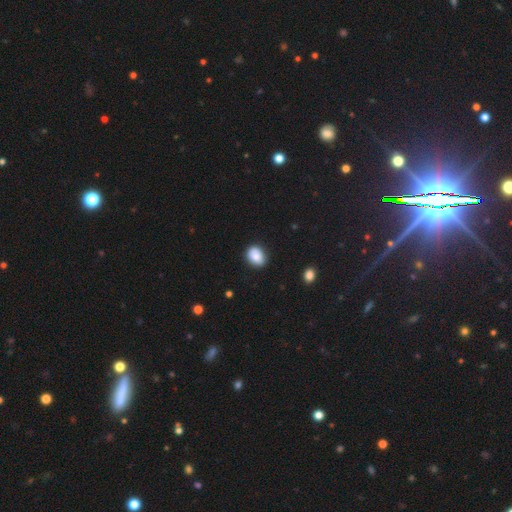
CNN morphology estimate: smooth-or-featured: smooth: 87% | star or artifact: 8% | featured or disk: 5%
  how-rounded: in between: 61% | round: 38% | cigar-shaped: 1%
  merging: none: 85% | minor disturbance: 12% | major disturbance: 2% | merger: 1%